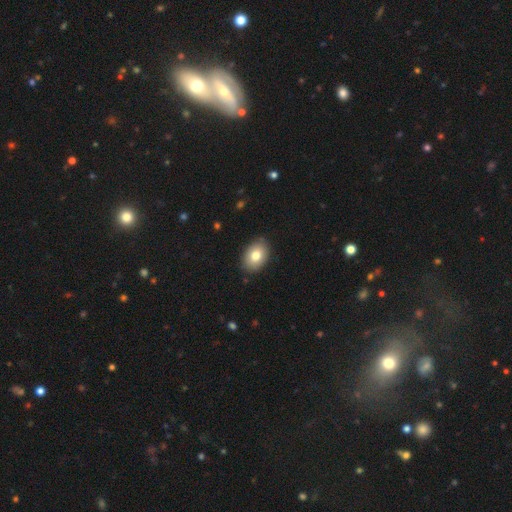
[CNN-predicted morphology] This appears to be a smooth galaxy with no disk features (79%) that is in between round and cigar-shaped (80%). Merging: none (86%).